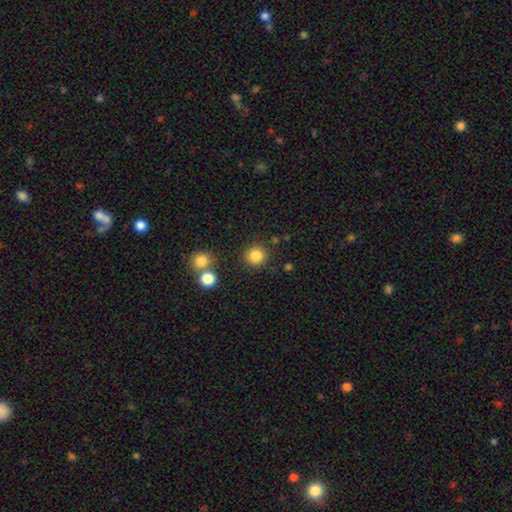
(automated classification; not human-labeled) smooth_or_featured: smooth (p=0.85) [alt: star or artifact p=0.11]
how_rounded: round (p=0.93) [alt: in between p=0.06]
merging: none (p=0.84) [alt: minor disturbance p=0.08]